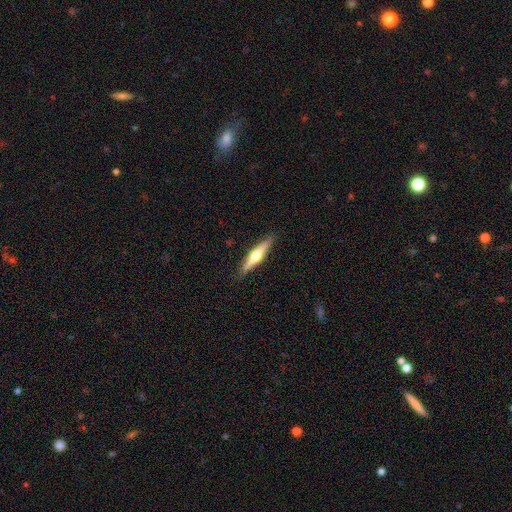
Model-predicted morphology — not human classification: Q: Smooth or featured?
A: featured or disk (58%); runner-up: smooth (37%)
Q: Edge-on disk?
A: yes (96%); runner-up: no (4%)
Q: Edge-on bulge?
A: rounded (91%); runner-up: none (5%)
Q: Merging?
A: none (90%); runner-up: minor disturbance (8%)